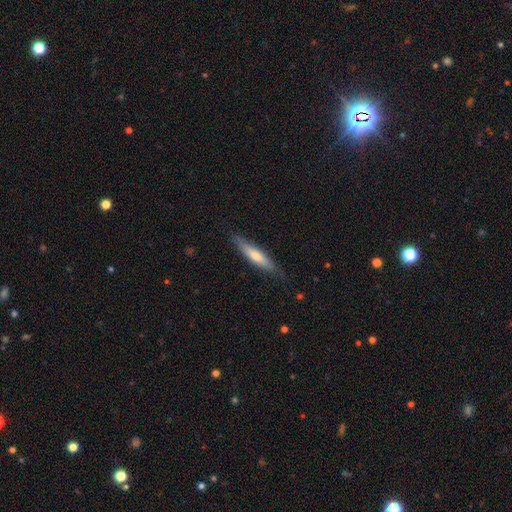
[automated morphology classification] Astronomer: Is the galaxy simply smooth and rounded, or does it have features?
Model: smooth — 53% (runner-up: featured or disk, 41%).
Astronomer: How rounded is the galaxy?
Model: cigar-shaped — 86%.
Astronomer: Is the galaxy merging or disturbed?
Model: none — 82%.